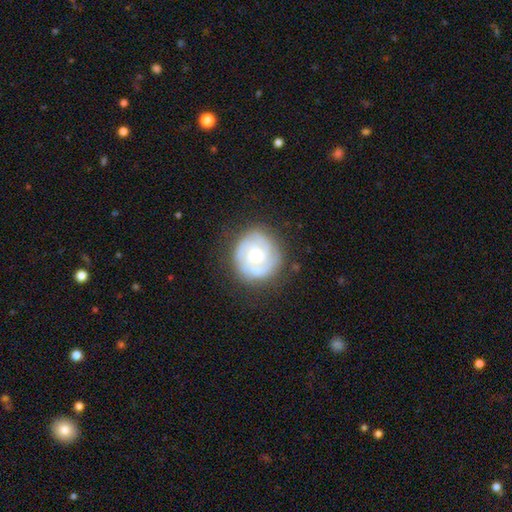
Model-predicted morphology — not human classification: Smooth or featured: featured or disk — 83% (smooth — 12%)
Edge-on disk: no — 98% (yes — 2%)
Bar: no — 64% (weak — 30%)
Spiral arms: yes — 96% (no — 4%)
Spiral winding: tight — 67% (medium — 28%)
Spiral arm count: 3 — 42% (2 — 27%)
Bulge size: moderate — 55% (small — 40%)
Merging: none — 81% (minor disturbance — 14%)